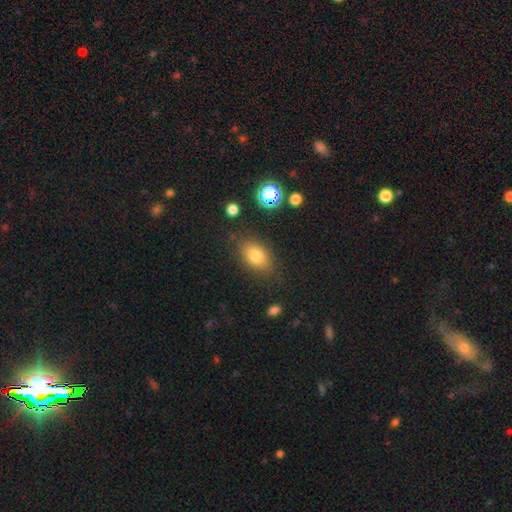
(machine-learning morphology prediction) Q: Smooth or featured?
A: smooth (78%); runner-up: star or artifact (11%)
Q: How rounded?
A: in between (82%); runner-up: round (16%)
Q: Merging?
A: none (81%); runner-up: minor disturbance (13%)